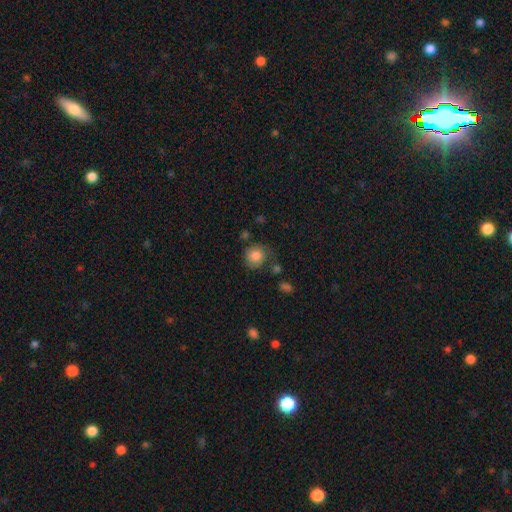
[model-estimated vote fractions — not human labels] This appears to be a smooth galaxy with no disk features (82%) that is round (86%). Merging: none (67%).